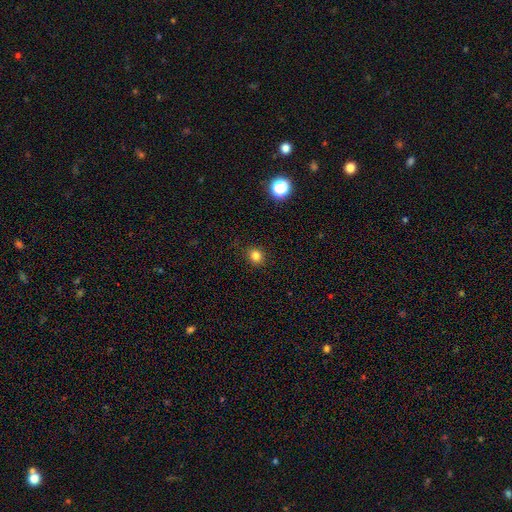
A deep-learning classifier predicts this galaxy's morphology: Q: Smooth or featured?
A: smooth (81%); runner-up: star or artifact (14%)
Q: How rounded?
A: round (79%); runner-up: in between (20%)
Q: Merging?
A: none (89%); runner-up: minor disturbance (8%)